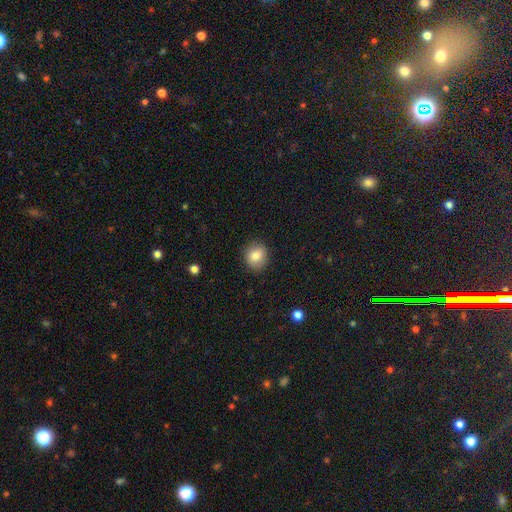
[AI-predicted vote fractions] Overall: smooth (81%). How rounded: round (79%). Merging: none (88%).